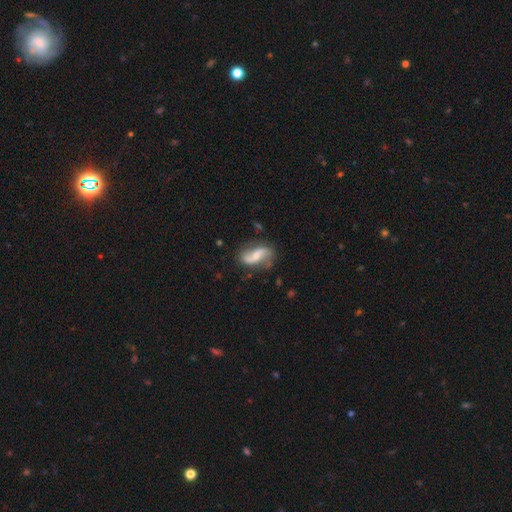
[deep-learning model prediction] Morphology: type=featured or disk (72%); edge-on=no (95%); bar=weak (40%); spiral arms=yes (91%); winding=loose (72%); arm count=2 (89%); bulge=small (43%); merging=none (68%).